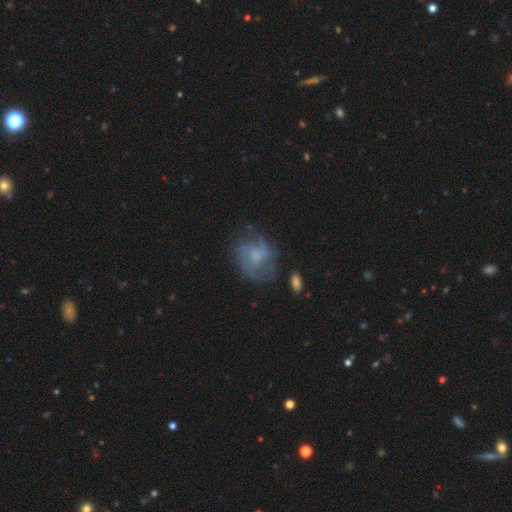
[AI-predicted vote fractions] Smooth or featured: featured or disk — 63% (smooth — 28%)
Edge-on disk: no — 98% (yes — 2%)
Bar: no — 64% (weak — 32%)
Spiral arms: yes — 74% (no — 26%)
Bulge size: small — 41% (moderate — 31%)
Merging: none — 59% (minor disturbance — 23%)